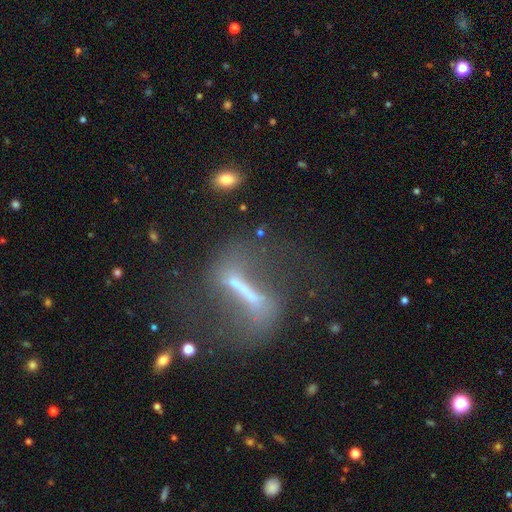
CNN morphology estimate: A featured or disk galaxy (71%) with a strong bar (73%), spiral arms (69%) and a small central bulge (36%). Merging: none (63%).